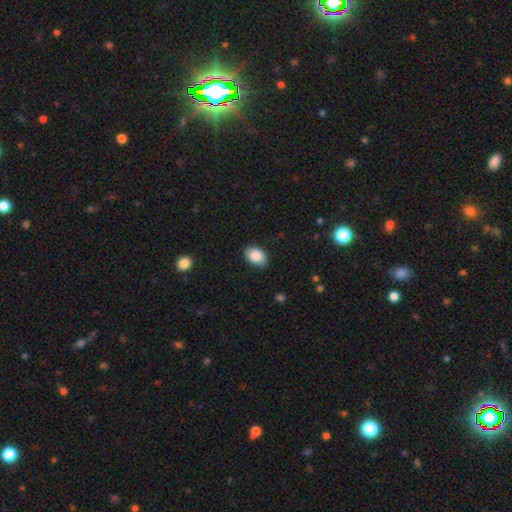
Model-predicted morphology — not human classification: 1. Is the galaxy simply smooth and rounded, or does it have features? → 85% smooth, 8% featured or disk, 7% star or artifact.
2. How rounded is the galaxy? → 82% in between, 17% round, 1% cigar-shaped.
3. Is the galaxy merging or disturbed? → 82% none, 14% minor disturbance, 3% major disturbance, 1% merger.